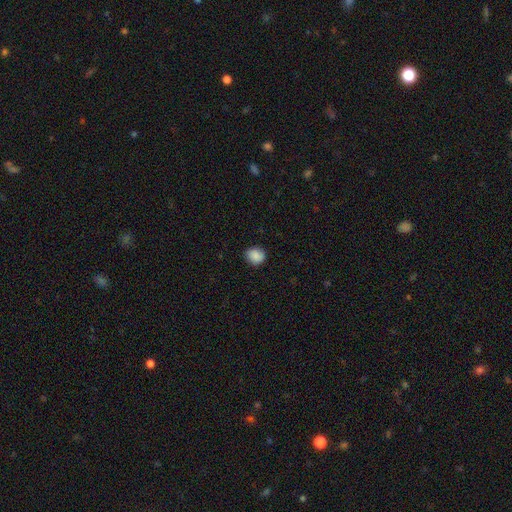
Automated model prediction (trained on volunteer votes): The model was most divided on "how rounded": round: 68%, in between: 31%, cigar-shaped: 1%. More confident: smooth or featured — smooth (88%); merging — none (85%).